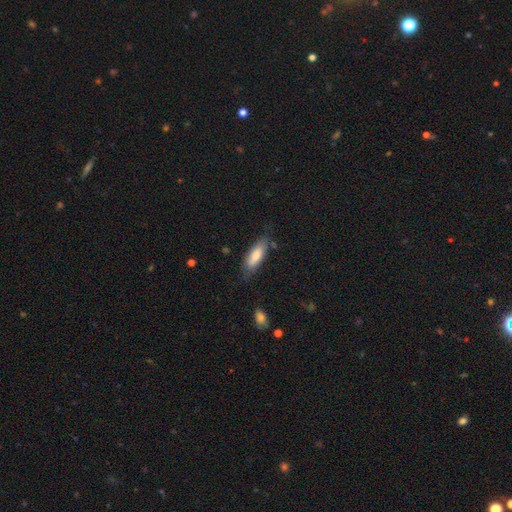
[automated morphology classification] smooth-or-featured: smooth: 78% | featured or disk: 16% | star or artifact: 6%
  how-rounded: in between: 62% | cigar-shaped: 36% | round: 2%
  merging: none: 69% | minor disturbance: 23% | major disturbance: 6% | merger: 3%